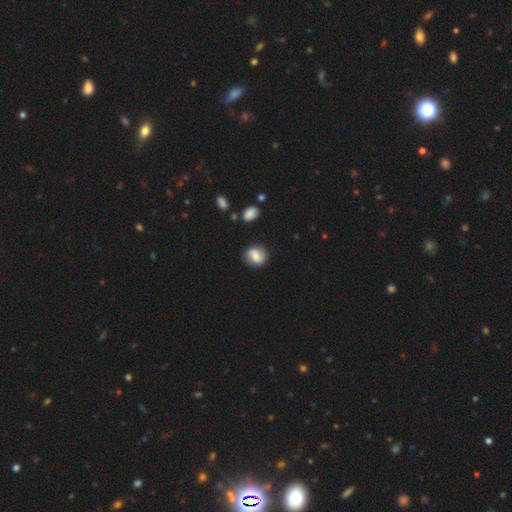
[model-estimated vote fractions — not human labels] Smooth or featured? Predicted: smooth (p=0.71). How rounded? Predicted: round (p=0.56). Merging? Predicted: none (p=0.73).